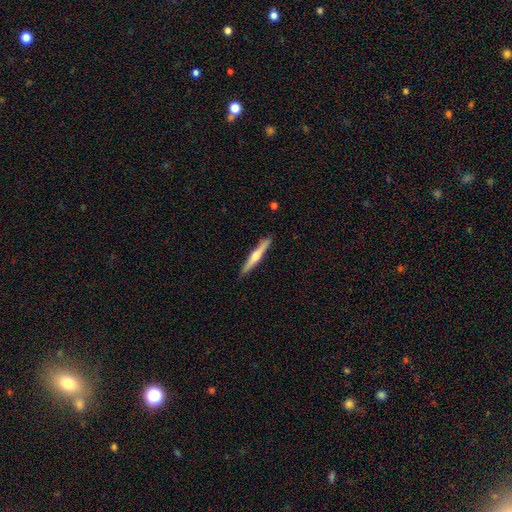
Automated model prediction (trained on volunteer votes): A featured or disk galaxy (61%) viewed edge-on (98%) with a rounded central bulge (89%). Merging: none (90%).